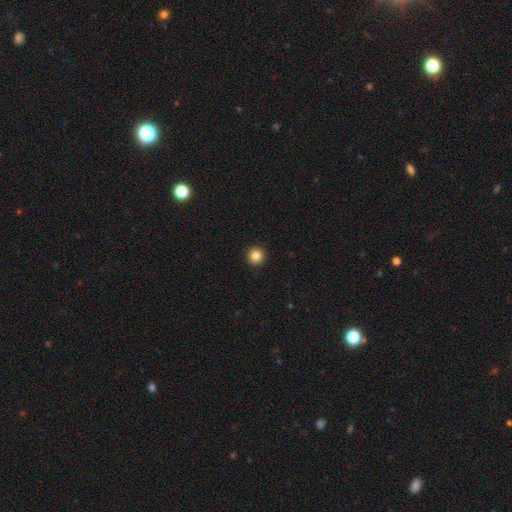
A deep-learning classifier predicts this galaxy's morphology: Smooth or featured: smooth — 85% (star or artifact — 10%)
How rounded: round — 95% (in between — 4%)
Merging: none — 94% (minor disturbance — 4%)